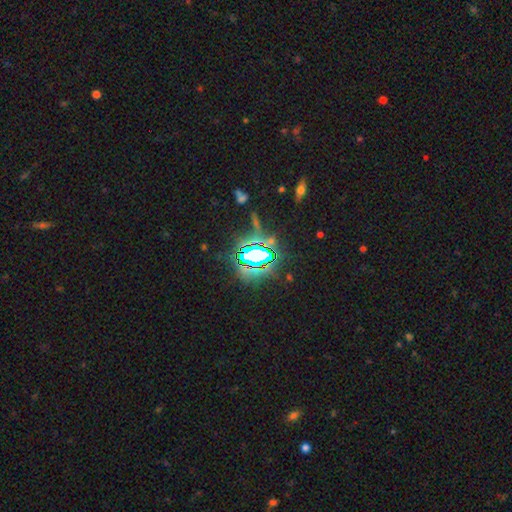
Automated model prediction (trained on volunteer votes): The model was most divided on "smooth or featured": star or artifact: 75%, smooth: 14%, featured or disk: 12%.